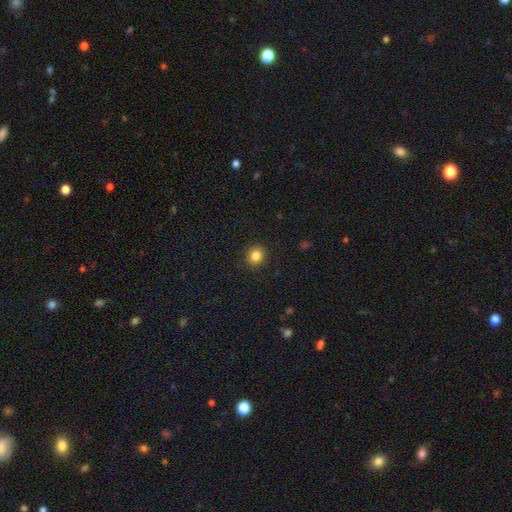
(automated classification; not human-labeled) Smooth or featured? smooth (85%)
How rounded? round (79%)
Merging? none (91%)